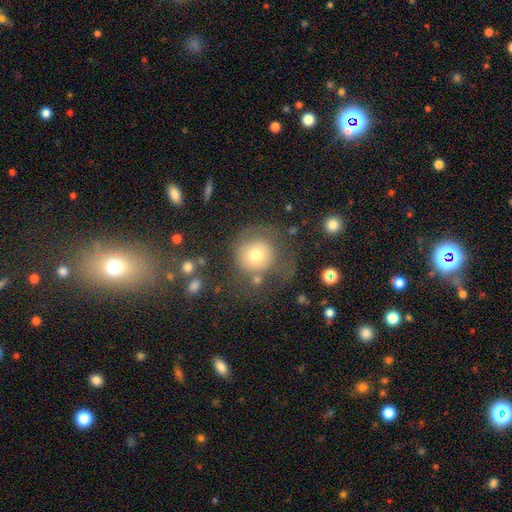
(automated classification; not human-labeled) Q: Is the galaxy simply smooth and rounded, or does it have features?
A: smooth — 61%.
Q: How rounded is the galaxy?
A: round — 88%.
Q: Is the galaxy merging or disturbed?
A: none — 51%.